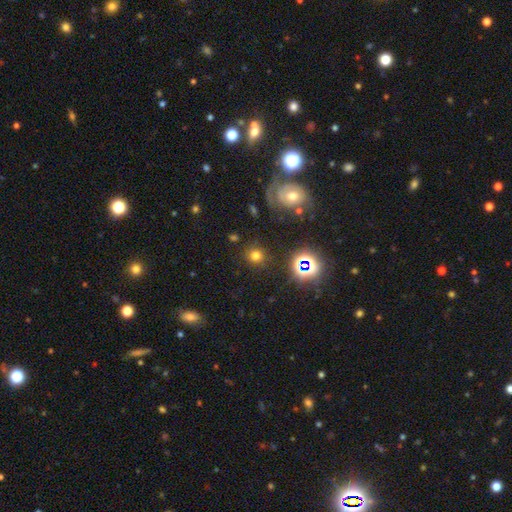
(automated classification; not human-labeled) This appears to be a smooth galaxy with no disk features (67%) that is round (88%). Merging: none (85%).